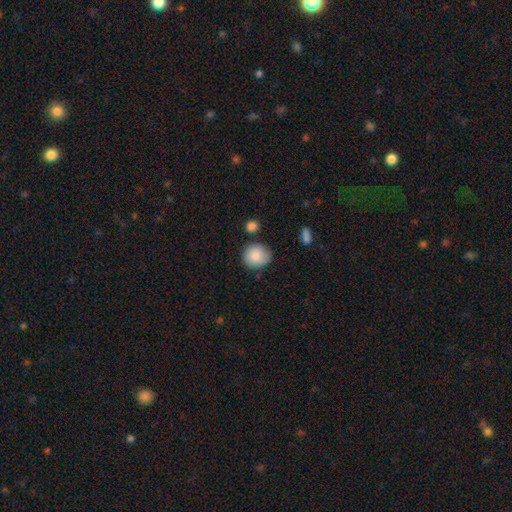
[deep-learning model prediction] Smooth or featured? smooth (86%)
How rounded? round (86%)
Merging? none (77%)